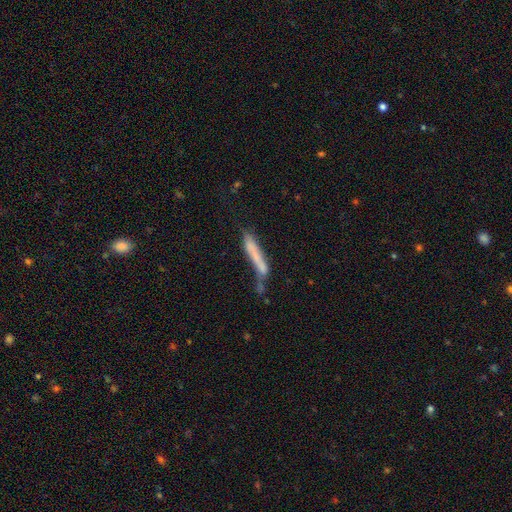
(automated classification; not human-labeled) This appears to be a smooth galaxy with no disk features (58%) that is cigar-shaped (92%). Merging: none (40%).